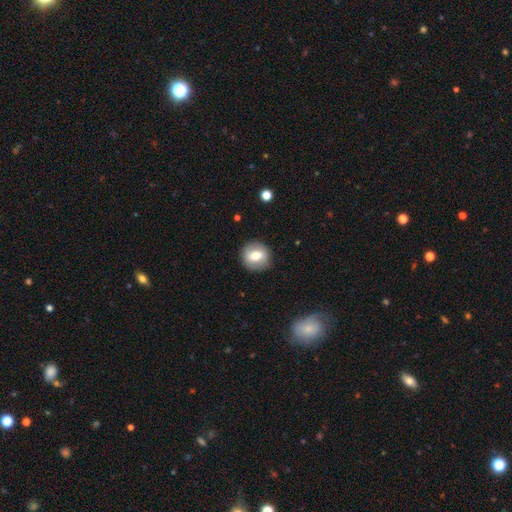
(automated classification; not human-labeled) Smooth or featured?
  - smooth: 61% *
  - featured or disk: 31%
  - star or artifact: 7%
How rounded?
  - round: 80% *
  - in between: 19%
  - cigar-shaped: 1%
Merging?
  - none: 86% *
  - minor disturbance: 10%
  - major disturbance: 3%
  - merger: 1%